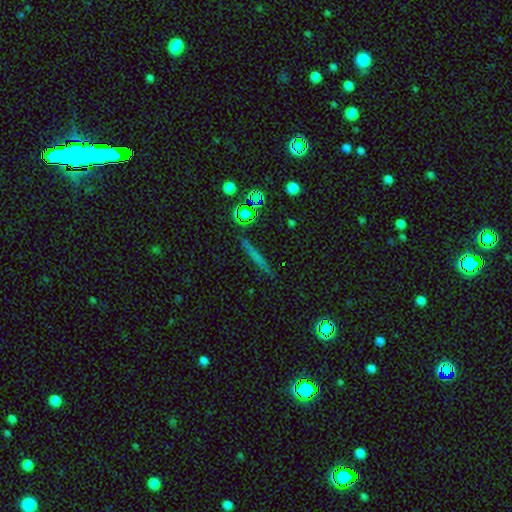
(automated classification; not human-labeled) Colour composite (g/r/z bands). It shows a smooth galaxy with no disk features (45%). Merging: none (89%).